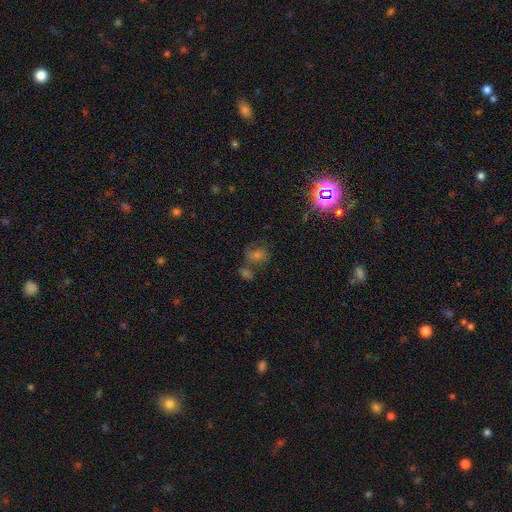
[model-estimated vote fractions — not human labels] Smooth or featured?
  - star or artifact: 43% *
  - featured or disk: 30%
  - smooth: 27%